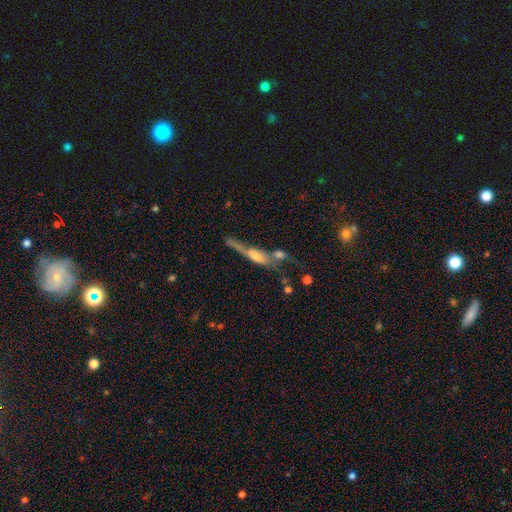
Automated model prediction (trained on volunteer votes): Morphology: type=featured or disk (61%); edge-on=yes (78%); merging=none (39%).